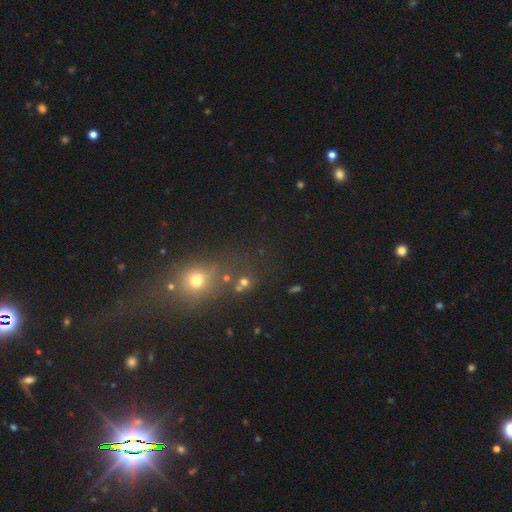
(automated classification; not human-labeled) Overall: star or artifact (49%; smooth 36%).